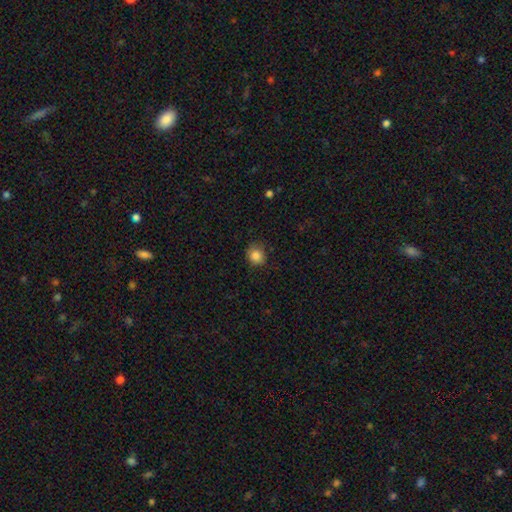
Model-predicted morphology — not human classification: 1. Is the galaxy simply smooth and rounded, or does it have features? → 85% smooth, 11% star or artifact, 5% featured or disk.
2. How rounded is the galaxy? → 80% round, 19% in between, 1% cigar-shaped.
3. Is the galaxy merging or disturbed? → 77% none, 18% minor disturbance, 4% major disturbance, 1% merger.